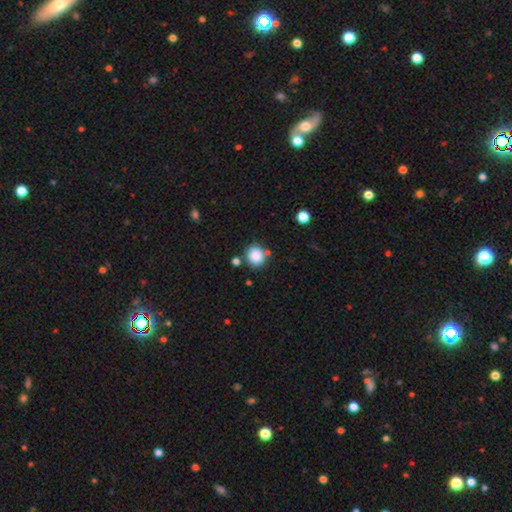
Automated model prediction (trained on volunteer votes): Morphology: type=smooth (87%); roundness=round (87%); merging=none (77%).